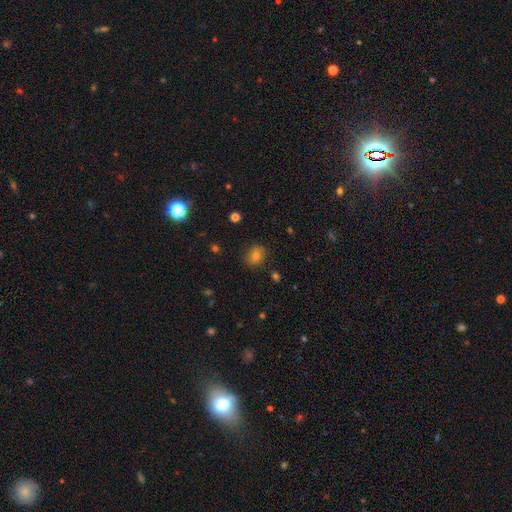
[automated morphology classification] Smooth or featured?
  - smooth: 69% *
  - featured or disk: 16%
  - star or artifact: 15%
How rounded?
  - round: 62% *
  - in between: 37%
  - cigar-shaped: 1%
Merging?
  - none: 85% *
  - minor disturbance: 11%
  - major disturbance: 3%
  - merger: 1%